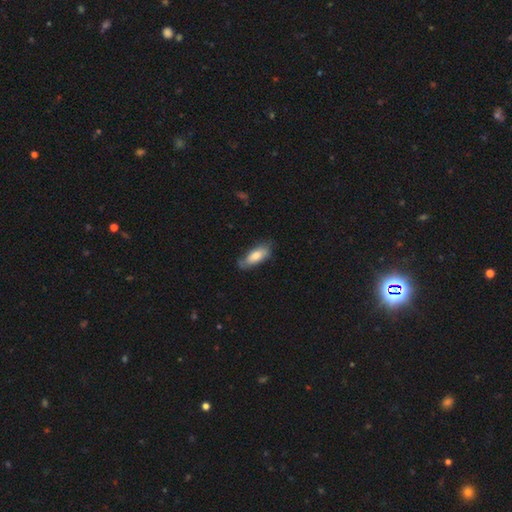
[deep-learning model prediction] The model was most divided on "merging": none: 66%, minor disturbance: 26%, major disturbance: 6%, merger: 2%. More confident: how rounded — in between (76%); smooth or featured — smooth (73%).